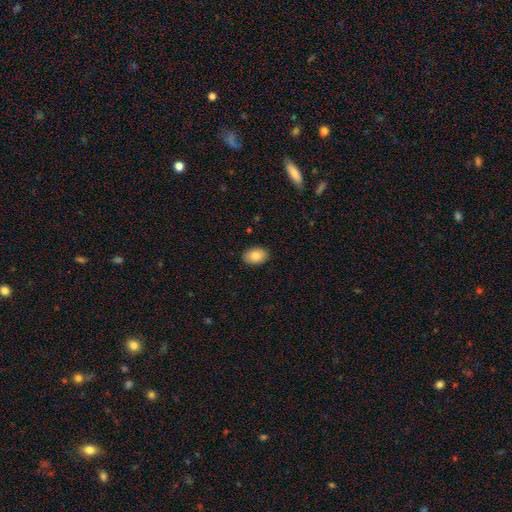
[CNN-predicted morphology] The model was most divided on "how rounded": in between: 82%, round: 17%, cigar-shaped: 1%. More confident: merging — none (88%); smooth or featured — smooth (83%).